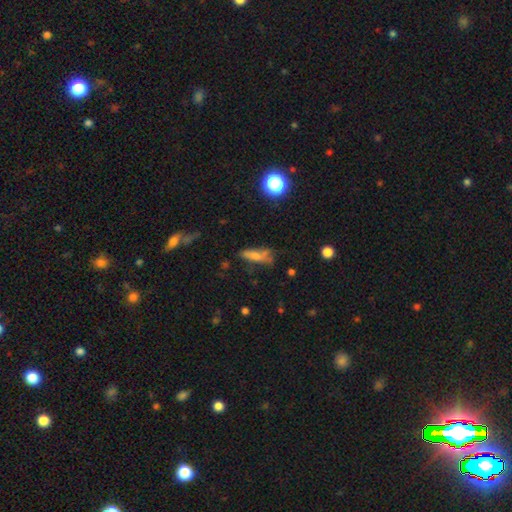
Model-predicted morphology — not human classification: The model was most divided on "how rounded": in between: 49%, cigar-shaped: 47%, round: 4%. Remaining: smooth or featured — smooth (62%); merging — none (44%).